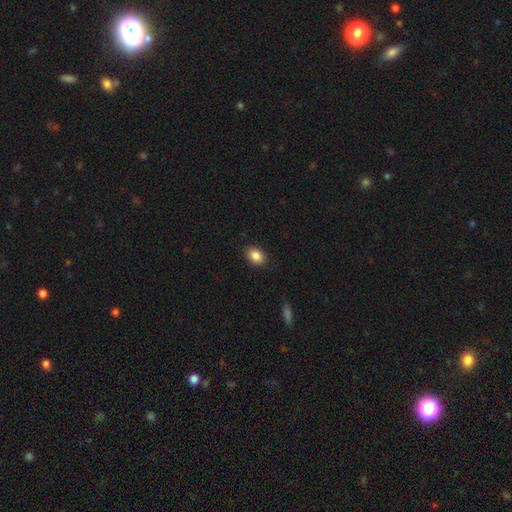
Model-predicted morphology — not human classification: smooth-or-featured: smooth: 87% | star or artifact: 8% | featured or disk: 5%
  how-rounded: in between: 80% | round: 19% | cigar-shaped: 1%
  merging: none: 88% | minor disturbance: 9% | major disturbance: 2% | merger: 1%